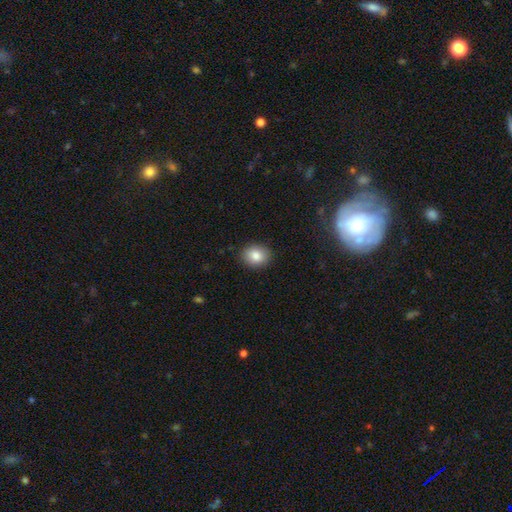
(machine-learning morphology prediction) smooth-or-featured: smooth: 85% | star or artifact: 8% | featured or disk: 7%
  how-rounded: round: 56% | in between: 43% | cigar-shaped: 1%
  merging: none: 89% | minor disturbance: 8% | major disturbance: 2% | merger: 1%